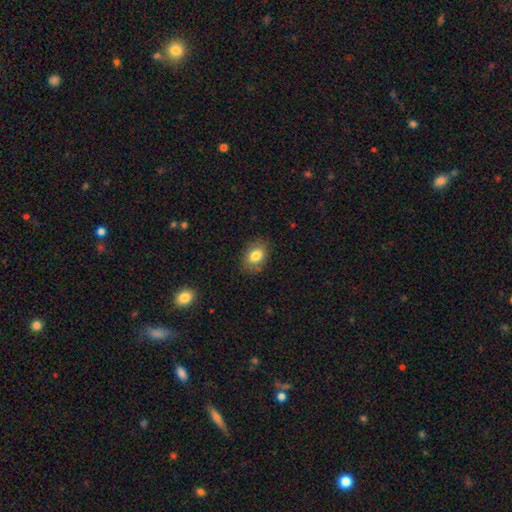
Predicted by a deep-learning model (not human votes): This is clearly a smooth galaxy (81%). How rounded: likely in between (76%). Merging: clearly none (84%).